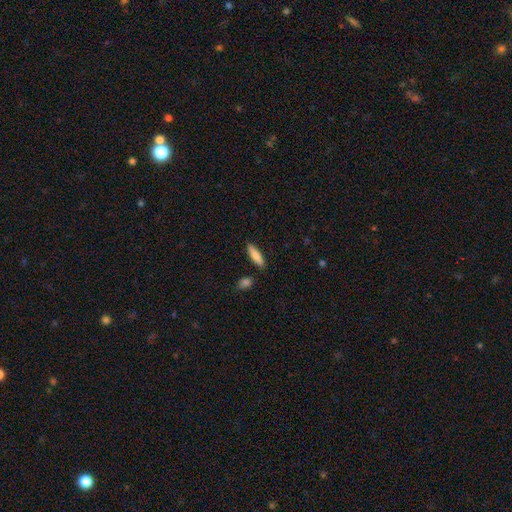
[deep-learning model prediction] Morphology: type=smooth (79%); roundness=cigar-shaped (58%); merging=none (86%).